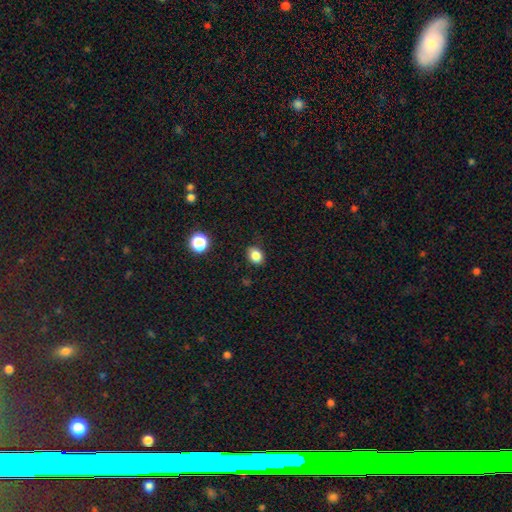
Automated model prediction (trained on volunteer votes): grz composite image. It shows a smooth galaxy with no disk features (84%) that is in between round and cigar-shaped (53%). Merging: none (83%).